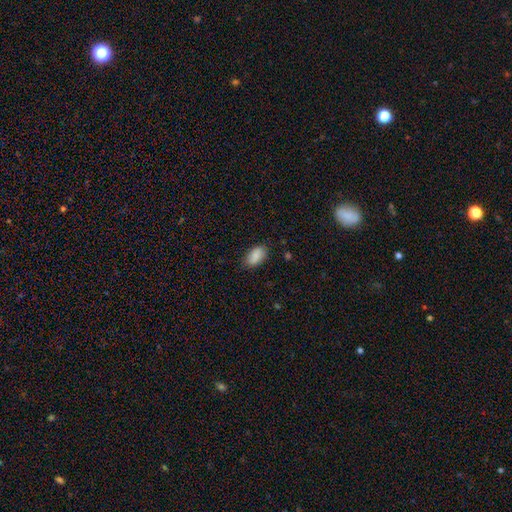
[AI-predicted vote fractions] Smooth or featured? smooth (88%)
How rounded? in between (93%)
Merging? none (81%)